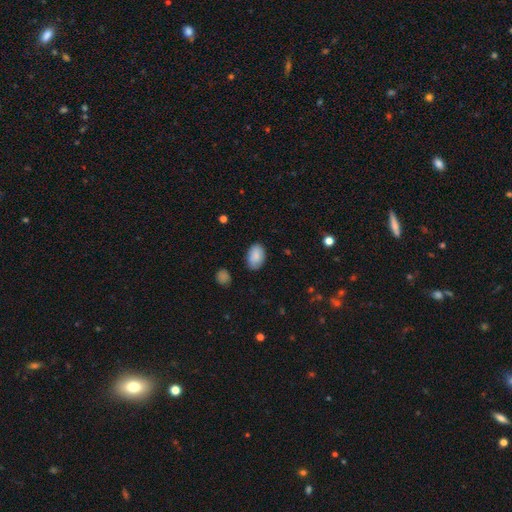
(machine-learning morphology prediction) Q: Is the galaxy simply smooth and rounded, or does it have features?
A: smooth — 88%.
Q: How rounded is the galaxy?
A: in between — 90%.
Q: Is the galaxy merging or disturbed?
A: none — 81%.